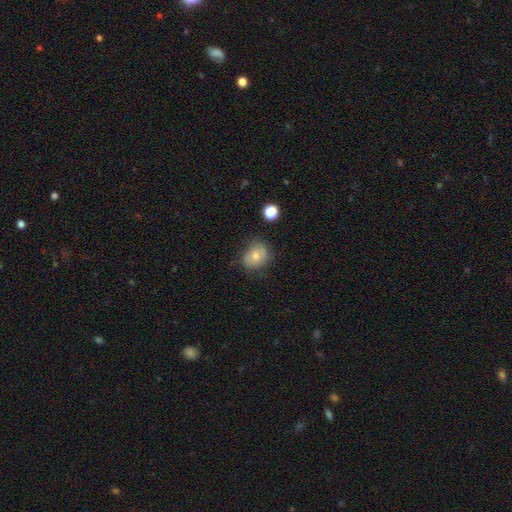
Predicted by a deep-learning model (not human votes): A smooth galaxy with no disk features (60%) that is round (65%).

Vote fractions:
- Smooth or featured? smooth: 60% / featured or disk: 28% / star or artifact: 12%
- How rounded? round: 65% / in between: 34% / cigar-shaped: 1%
- Merging? none: 71% / minor disturbance: 21% / major disturbance: 6% / merger: 2%